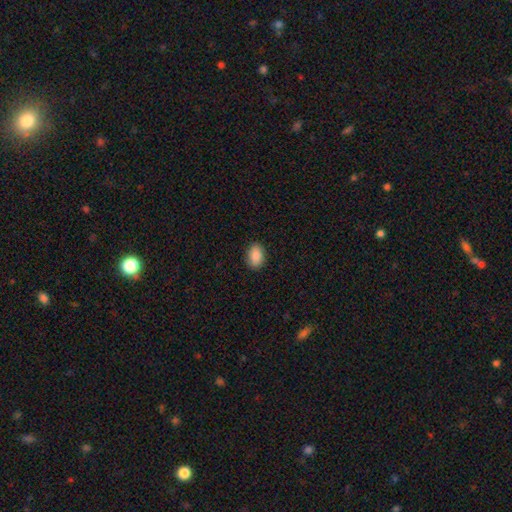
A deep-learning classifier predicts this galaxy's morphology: smooth 89%, star or artifact 7%, featured or disk 4%. Down the decision tree: how rounded — in between (84%); merging — none (89%).